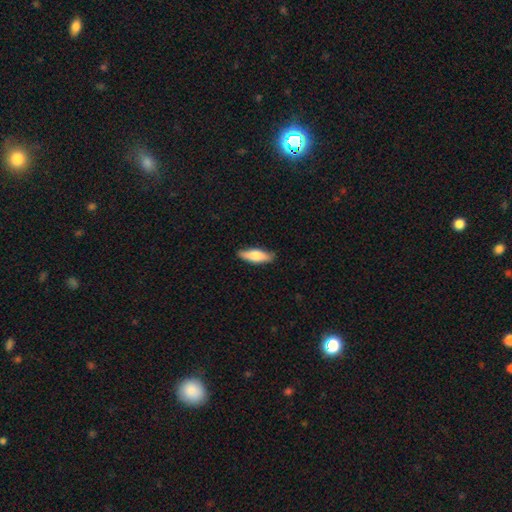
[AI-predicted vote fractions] Overall: smooth (68%). How rounded: in between (50%; cigar-shaped 48%). Merging: none (87%).